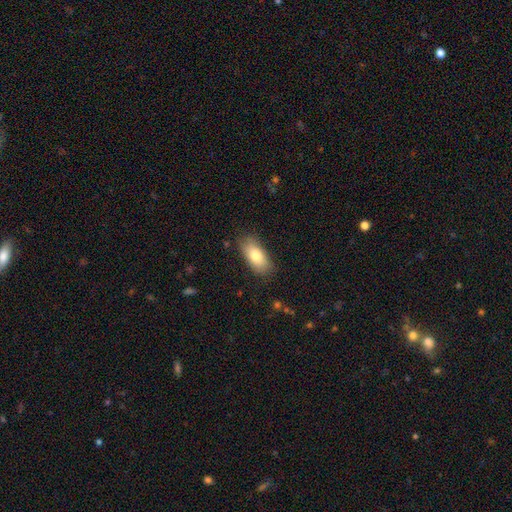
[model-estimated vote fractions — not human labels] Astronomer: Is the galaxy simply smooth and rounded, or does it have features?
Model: smooth — 78%.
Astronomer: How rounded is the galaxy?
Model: in between — 88%.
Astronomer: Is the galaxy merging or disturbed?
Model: none — 83%.